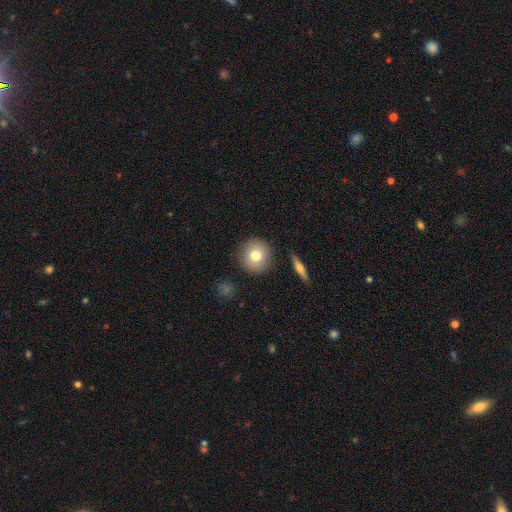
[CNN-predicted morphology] The model was most divided on "smooth or featured": smooth: 77%, featured or disk: 14%, star or artifact: 9%. More confident: how rounded — round (92%); merging — none (88%).